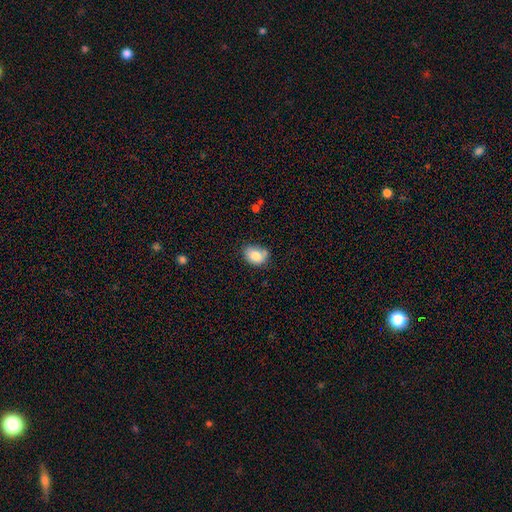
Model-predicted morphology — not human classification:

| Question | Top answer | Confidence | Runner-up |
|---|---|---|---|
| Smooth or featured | smooth | 84% | featured or disk (8%) |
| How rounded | in between | 71% | round (28%) |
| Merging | none | 59% | minor disturbance (28%) |